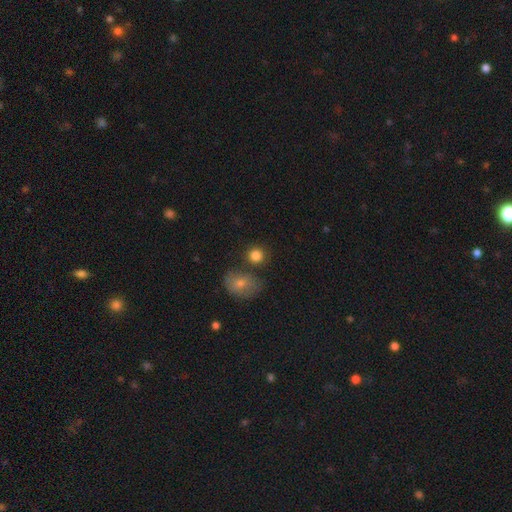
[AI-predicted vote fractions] Overall: smooth (84%). How rounded: round (86%). Merging: none (72%).